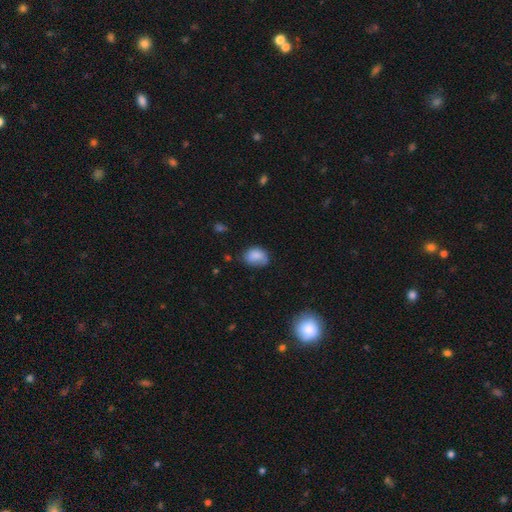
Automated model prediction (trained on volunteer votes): smooth_or_featured: smooth (p=0.81) [alt: featured or disk p=0.10]
how_rounded: in between (p=0.66) [alt: round p=0.32]
merging: none (p=0.54) [alt: minor disturbance p=0.32]